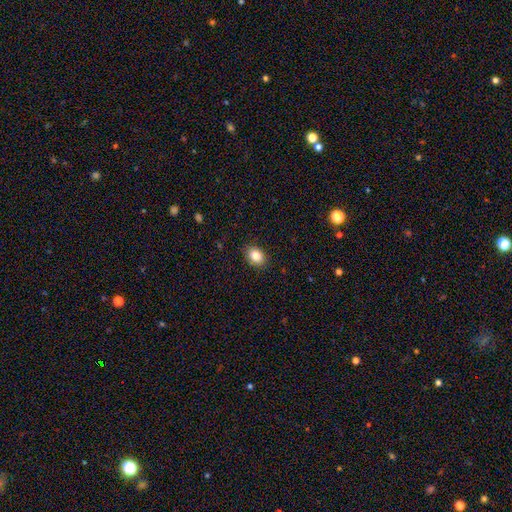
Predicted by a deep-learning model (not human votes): Smooth or featured? Predicted: smooth (p=0.84). How rounded? Predicted: in between (p=0.64). Merging? Predicted: none (p=0.89).